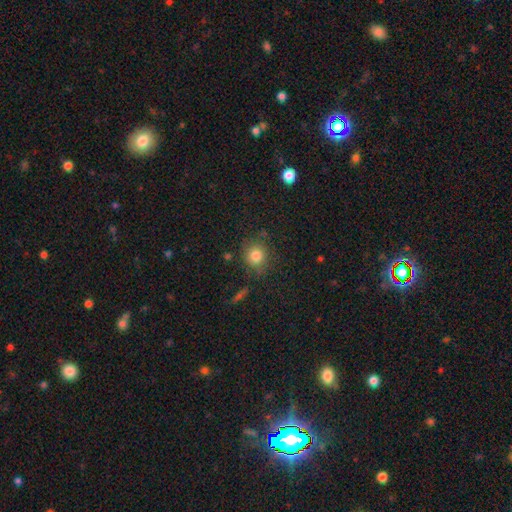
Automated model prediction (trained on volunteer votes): A smooth galaxy with no disk features (81%) that is round (85%). Merging: none (79%).